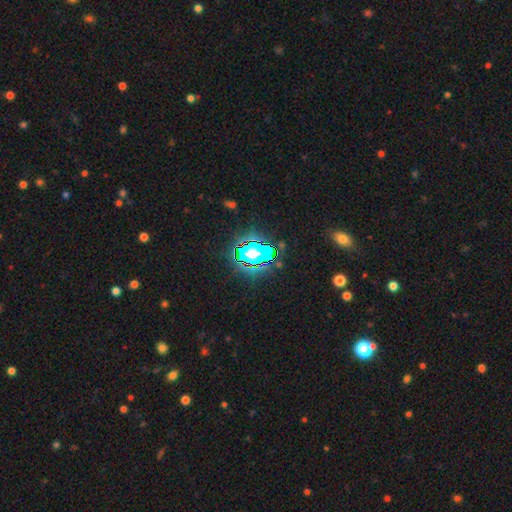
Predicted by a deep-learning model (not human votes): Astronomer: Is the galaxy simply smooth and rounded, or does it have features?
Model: star or artifact — 79%.